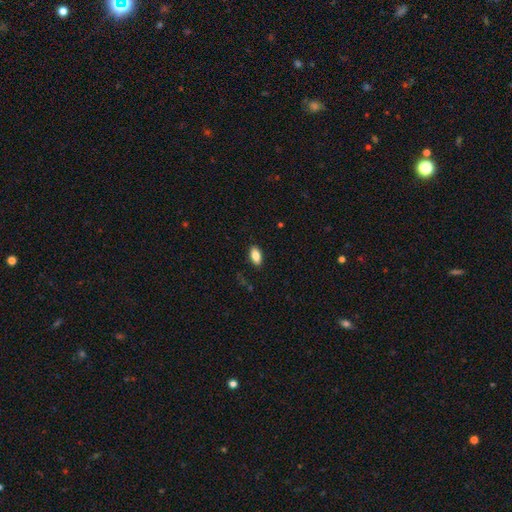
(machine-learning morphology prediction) This is clearly a smooth galaxy (85%). How rounded: clearly in between (91%). Merging: clearly none (88%).